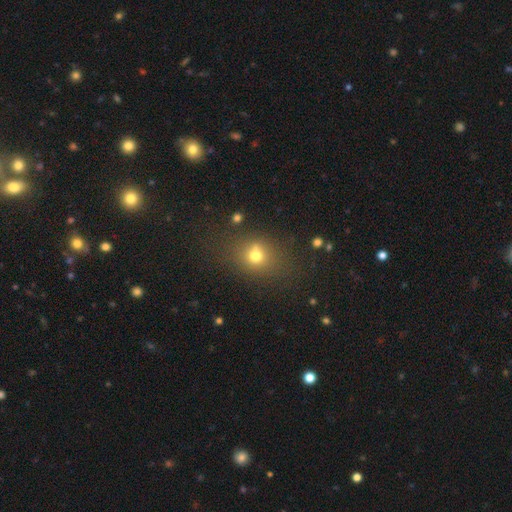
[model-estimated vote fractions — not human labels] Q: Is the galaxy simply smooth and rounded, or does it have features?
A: smooth — 69%.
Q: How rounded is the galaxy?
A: round — 60%.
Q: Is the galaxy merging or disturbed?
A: none — 64%.